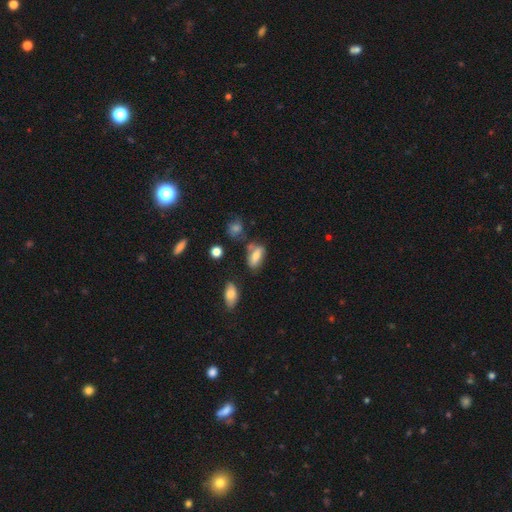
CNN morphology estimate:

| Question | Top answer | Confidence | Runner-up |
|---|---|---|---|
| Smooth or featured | smooth | 73% | featured or disk (16%) |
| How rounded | in between | 84% | cigar-shaped (11%) |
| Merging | none | 50% | minor disturbance (27%) |